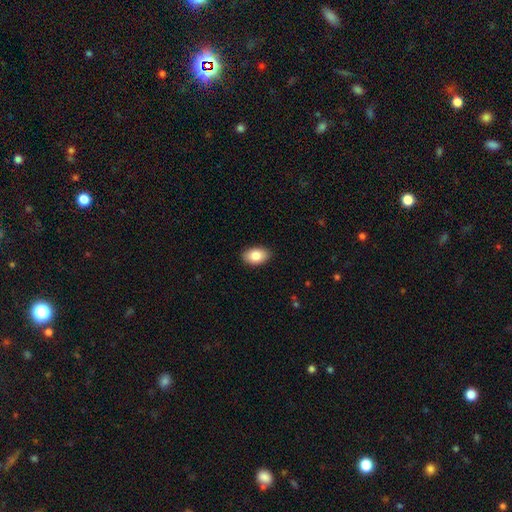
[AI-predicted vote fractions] smooth-or-featured: smooth: 85% | featured or disk: 8% | star or artifact: 7%
  how-rounded: in between: 90% | round: 9% | cigar-shaped: 1%
  merging: none: 89% | minor disturbance: 9% | major disturbance: 2% | merger: 1%